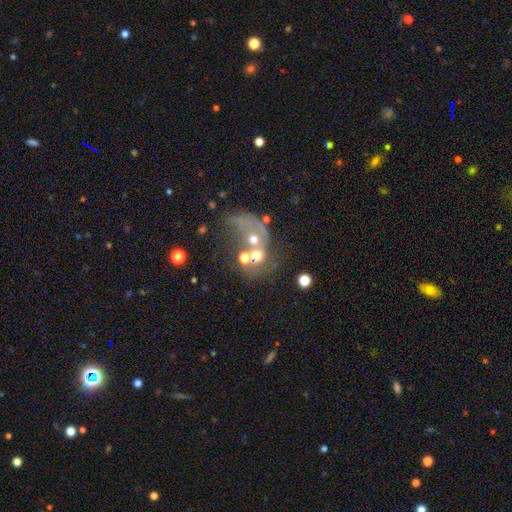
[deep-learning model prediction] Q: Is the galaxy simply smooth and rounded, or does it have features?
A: smooth — 43%.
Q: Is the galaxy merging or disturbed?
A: merger — 54%.